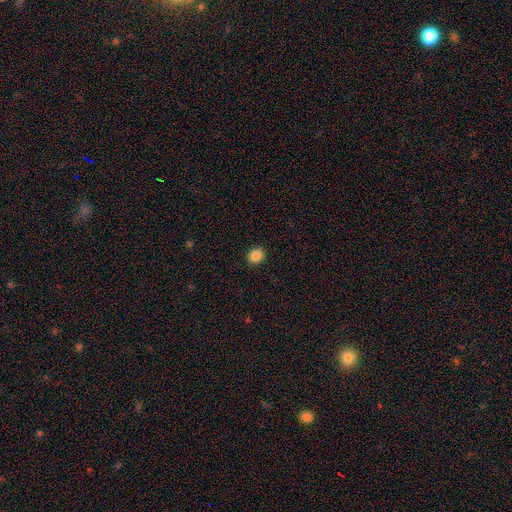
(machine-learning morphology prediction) smooth_or_featured: smooth (p=0.86) [alt: star or artifact p=0.10]
how_rounded: round (p=0.73) [alt: in between p=0.26]
merging: none (p=0.92) [alt: minor disturbance p=0.06]